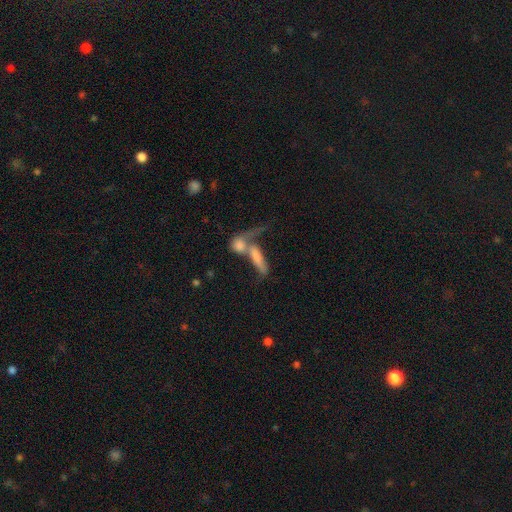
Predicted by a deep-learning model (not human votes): Morphology: type=smooth (53%); roundness=cigar-shaped (53%); merging=merger (60%).